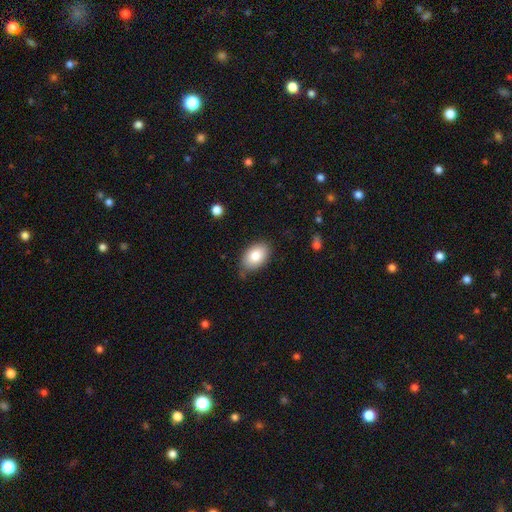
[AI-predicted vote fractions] Smooth or featured?
  - smooth: 84% *
  - featured or disk: 9%
  - star or artifact: 7%
How rounded?
  - in between: 90% *
  - round: 9%
  - cigar-shaped: 1%
Merging?
  - none: 75% *
  - minor disturbance: 20%
  - major disturbance: 4%
  - merger: 2%